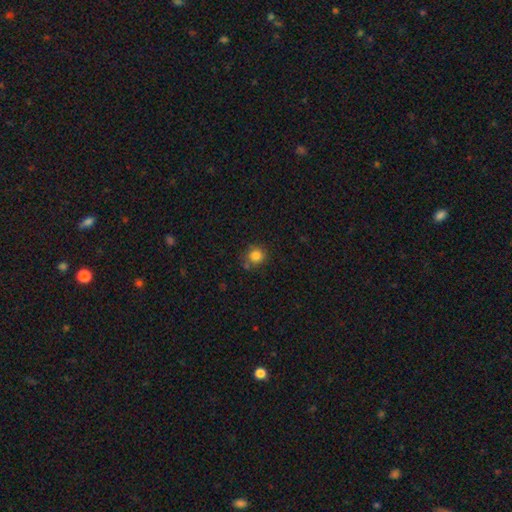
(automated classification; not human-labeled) This appears to be a smooth galaxy with no disk features (83%) that is round (88%). Merging: none (72%).